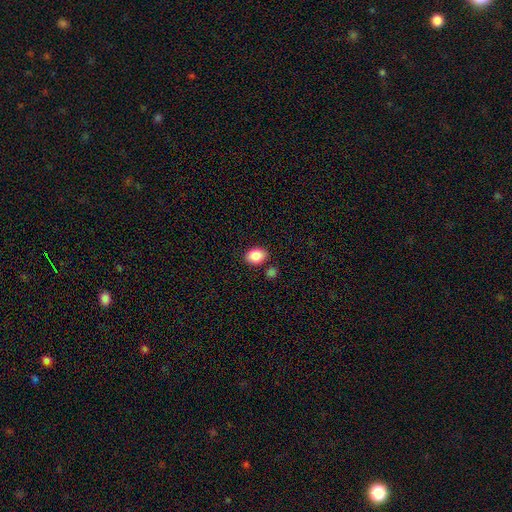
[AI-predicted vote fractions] Smooth or featured?
  - smooth: 88% *
  - star or artifact: 8%
  - featured or disk: 5%
How rounded?
  - in between: 73% *
  - round: 26%
  - cigar-shaped: 1%
Merging?
  - none: 82% *
  - minor disturbance: 10%
  - merger: 6%
  - major disturbance: 3%